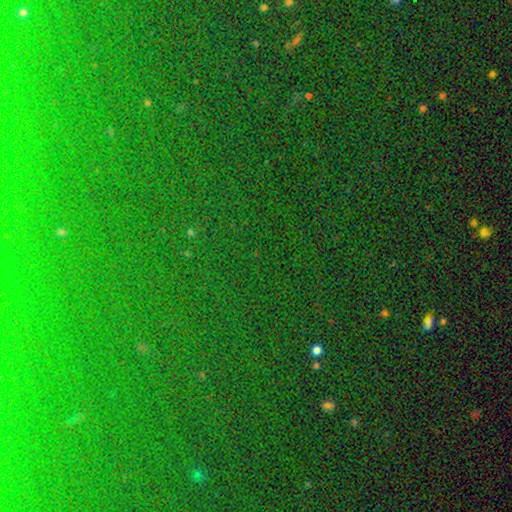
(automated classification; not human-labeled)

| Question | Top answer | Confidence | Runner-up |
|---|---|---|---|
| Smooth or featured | star or artifact | 82% | smooth (10%) |